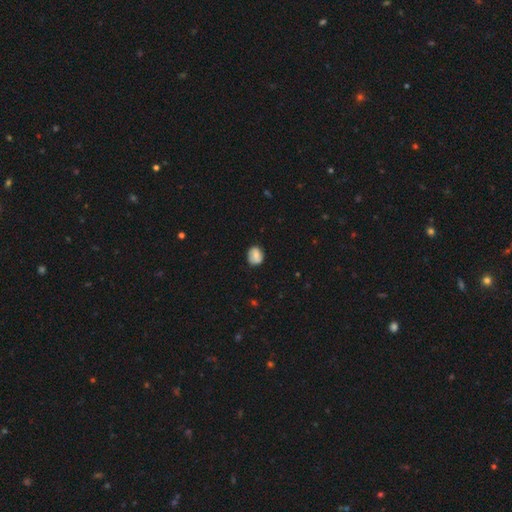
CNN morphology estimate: Q: Smooth or featured?
A: smooth (73%); runner-up: featured or disk (19%)
Q: How rounded?
A: round (60%); runner-up: in between (39%)
Q: Merging?
A: none (74%); runner-up: minor disturbance (20%)